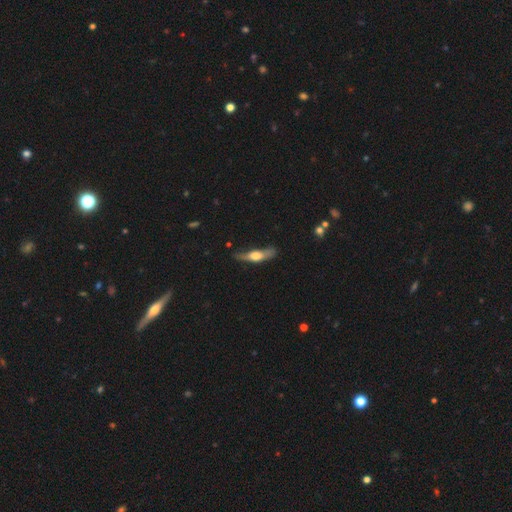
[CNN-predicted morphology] Smooth or featured? Predicted: featured or disk (p=0.56). Edge-on disk? Predicted: yes (p=0.85). Merging? Predicted: none (p=0.61).